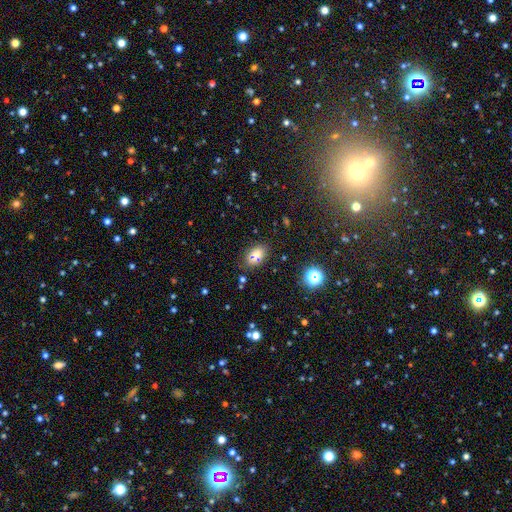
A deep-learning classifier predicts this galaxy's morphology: A smooth galaxy with no disk features (68%) that is in between round and cigar-shaped (83%). Merging: none (74%).